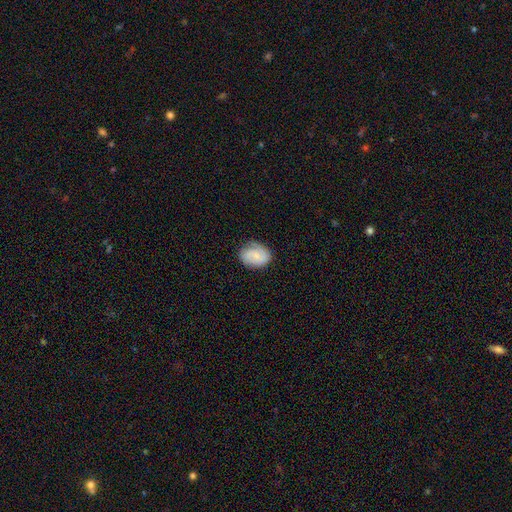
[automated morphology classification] Smooth or featured?
  - smooth: 54% *
  - featured or disk: 38%
  - star or artifact: 7%
How rounded?
  - in between: 64% *
  - round: 35%
  - cigar-shaped: 1%
Merging?
  - none: 73% *
  - minor disturbance: 20%
  - major disturbance: 5%
  - merger: 1%